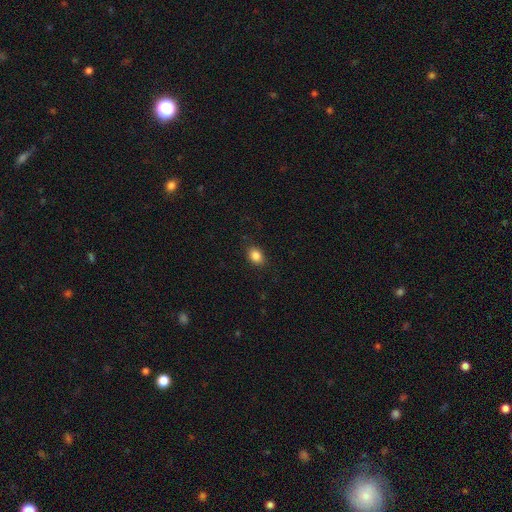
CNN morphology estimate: smooth-or-featured: smooth: 86% | star or artifact: 9% | featured or disk: 4%
  how-rounded: in between: 70% | round: 28% | cigar-shaped: 1%
  merging: none: 87% | minor disturbance: 10% | major disturbance: 2% | merger: 1%